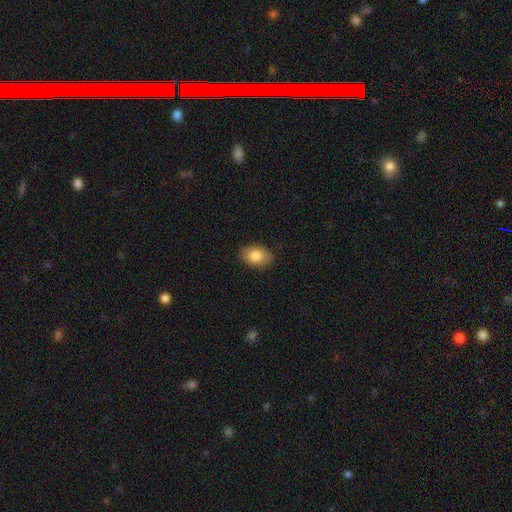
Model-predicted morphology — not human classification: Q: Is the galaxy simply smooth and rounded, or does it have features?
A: smooth — 83%.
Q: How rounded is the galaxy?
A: in between — 83%.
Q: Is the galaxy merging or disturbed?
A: none — 86%.